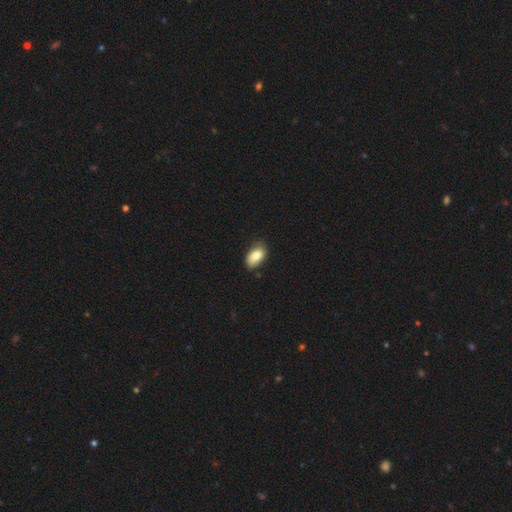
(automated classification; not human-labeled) Q: Smooth or featured?
A: smooth (84%); runner-up: featured or disk (9%)
Q: How rounded?
A: in between (92%); runner-up: round (6%)
Q: Merging?
A: none (76%); runner-up: minor disturbance (20%)